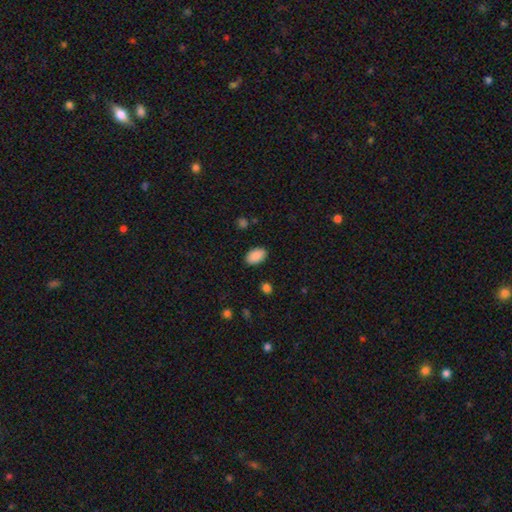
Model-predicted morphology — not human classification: Smooth or featured: smooth — 90% (star or artifact — 7%)
How rounded: in between — 91% (round — 8%)
Merging: none — 88% (minor disturbance — 8%)